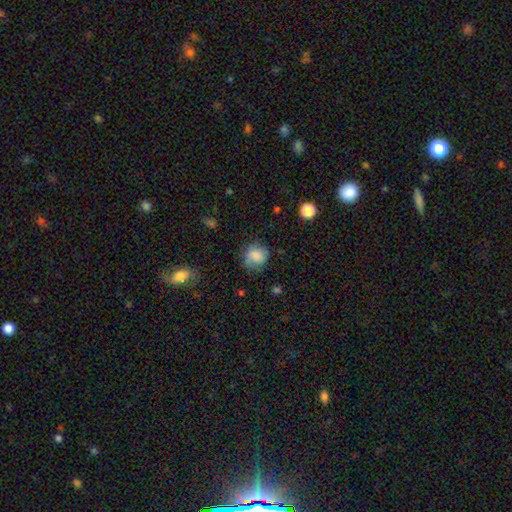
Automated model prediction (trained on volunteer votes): Smooth or featured? Predicted: smooth (p=0.80). How rounded? Predicted: round (p=0.78). Merging? Predicted: none (p=0.67).